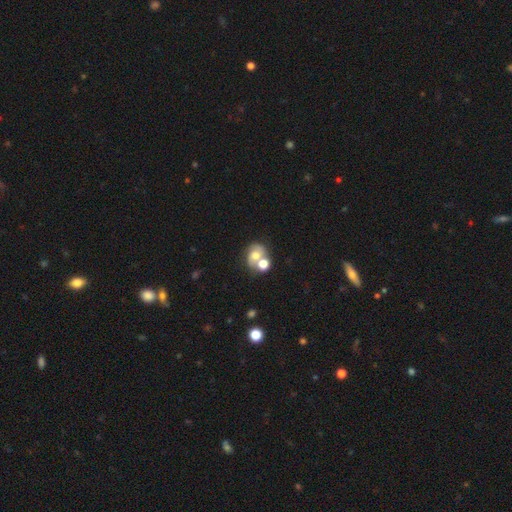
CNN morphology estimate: The model was most divided on "smooth or featured": smooth: 51%, featured or disk: 39%, star or artifact: 11%. Remaining: how rounded — round (60%); merging — merger (49%).